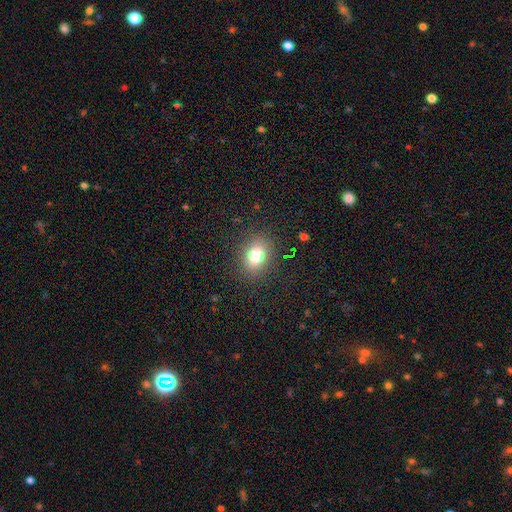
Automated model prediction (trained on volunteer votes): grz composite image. It shows a smooth galaxy with no disk features (77%) that is in between round and cigar-shaped (56%). Merging: none (86%).